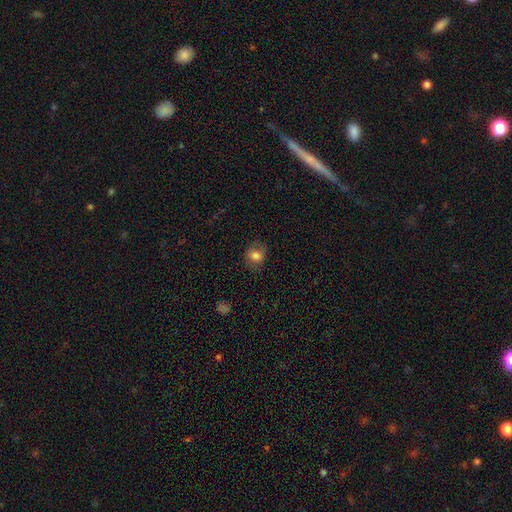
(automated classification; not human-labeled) smooth 74%, featured or disk 16%, star or artifact 11%. Down the decision tree: how rounded — round (52%); merging — none (73%).